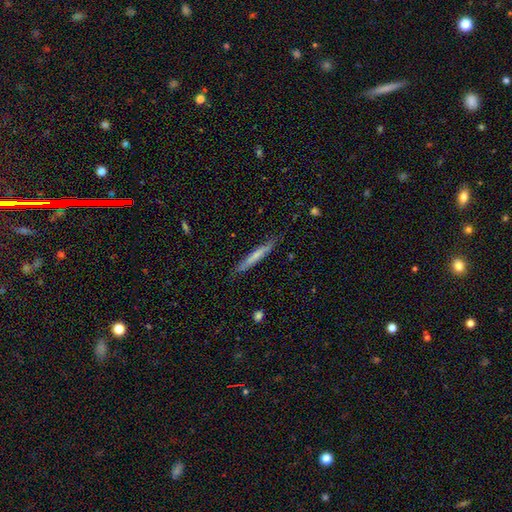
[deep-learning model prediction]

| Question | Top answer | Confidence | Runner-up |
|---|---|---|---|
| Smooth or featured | smooth | 57% | featured or disk (37%) |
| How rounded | cigar-shaped | 95% | in between (3%) |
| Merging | none | 84% | minor disturbance (12%) |